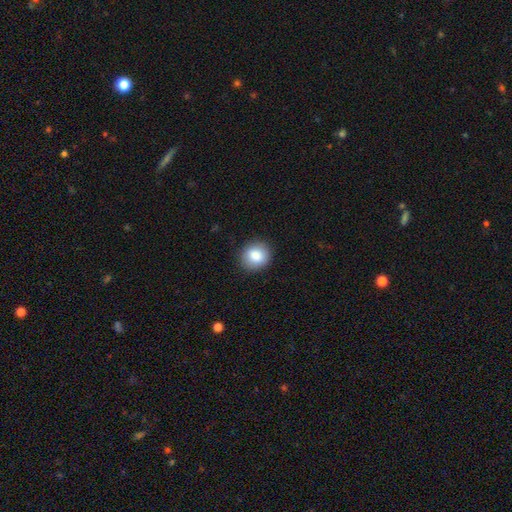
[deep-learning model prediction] The model was most divided on "how rounded": round: 78%, in between: 21%, cigar-shaped: 1%. More confident: merging — none (89%); smooth or featured — smooth (85%).